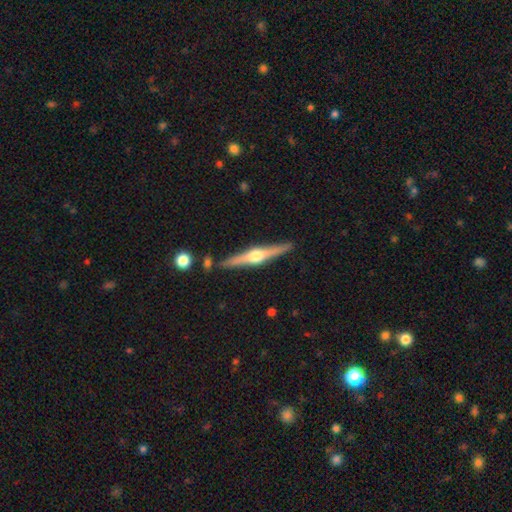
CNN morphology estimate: A featured or disk galaxy (80%) viewed edge-on (98%) with a rounded central bulge (95%). Merging: none (88%).